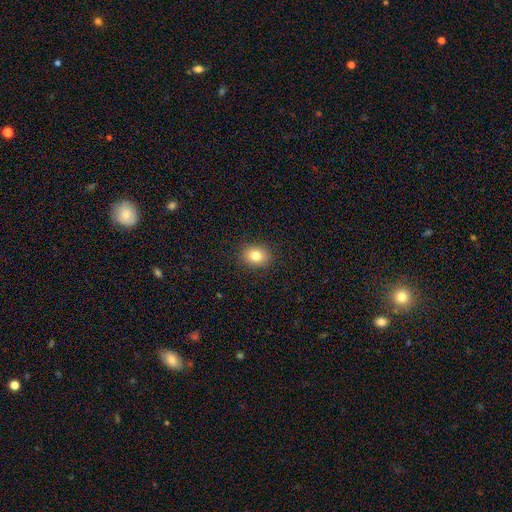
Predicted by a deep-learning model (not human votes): Overall: smooth (82%). How rounded: in between (50%; round 49%). Merging: none (89%).